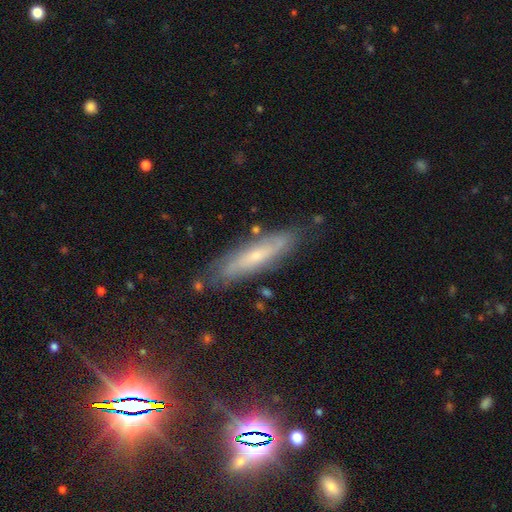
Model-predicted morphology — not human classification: A featured or disk galaxy (57%) viewed edge-on (55%).

Vote fractions:
- Smooth or featured? featured or disk: 57% / smooth: 31% / star or artifact: 11%
- Edge-on disk? yes: 55% / no: 45%
- Merging? none: 80% / minor disturbance: 15% / major disturbance: 3% / merger: 2%